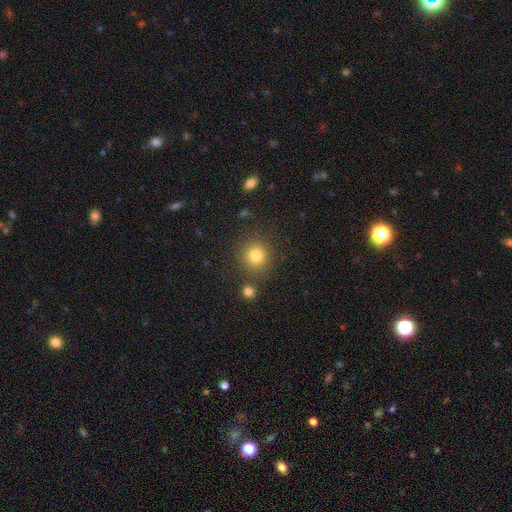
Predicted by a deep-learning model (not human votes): Smooth or featured: smooth — 81% (star or artifact — 12%)
How rounded: round — 90% (in between — 9%)
Merging: none — 81% (minor disturbance — 9%)